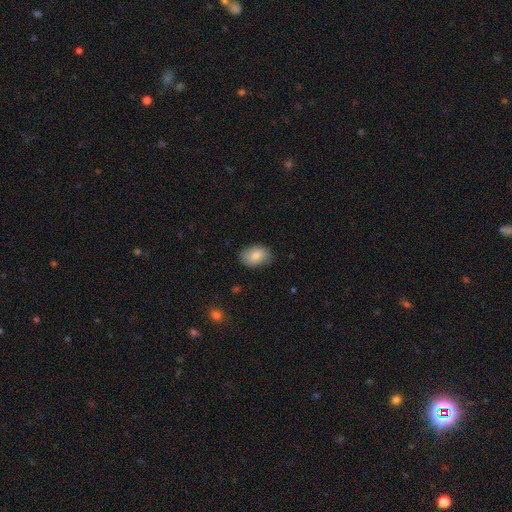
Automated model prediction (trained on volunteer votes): Smooth or featured? smooth (81%)
How rounded? in between (87%)
Merging? none (80%)